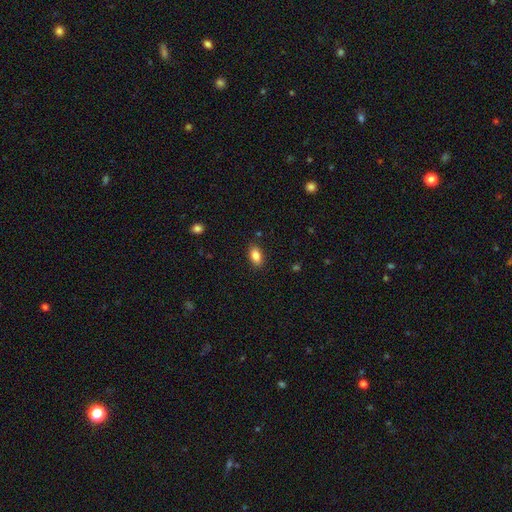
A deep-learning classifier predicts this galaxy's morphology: Q: Smooth or featured?
A: smooth (85%); runner-up: star or artifact (8%)
Q: How rounded?
A: in between (90%); runner-up: round (6%)
Q: Merging?
A: none (88%); runner-up: minor disturbance (9%)